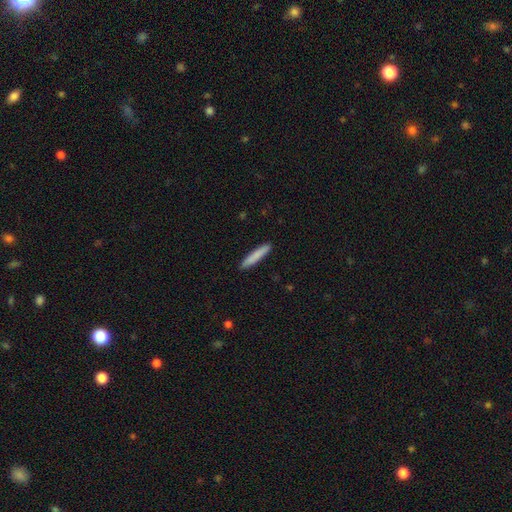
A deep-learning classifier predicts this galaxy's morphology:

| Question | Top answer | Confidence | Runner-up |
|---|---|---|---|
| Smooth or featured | smooth | 82% | featured or disk (12%) |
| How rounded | cigar-shaped | 93% | in between (6%) |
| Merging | none | 91% | minor disturbance (7%) |